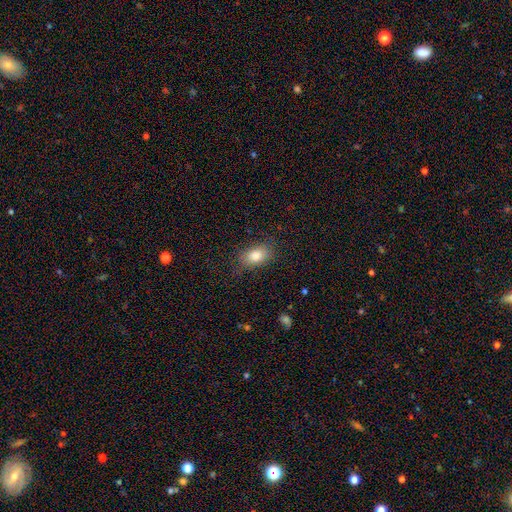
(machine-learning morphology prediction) smooth_or_featured: smooth (p=0.81) [alt: featured or disk p=0.10]
how_rounded: in between (p=0.85) [alt: round p=0.13]
merging: none (p=0.79) [alt: minor disturbance p=0.15]